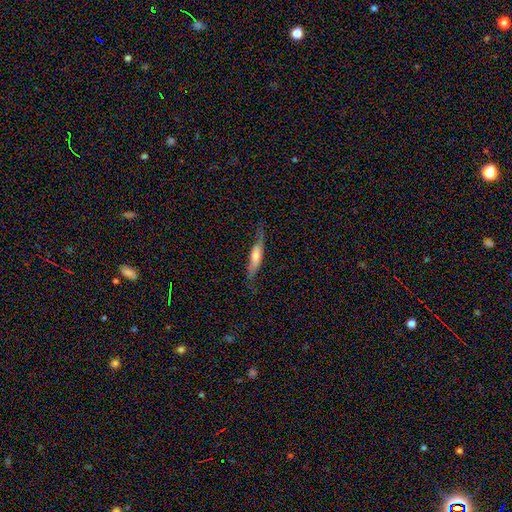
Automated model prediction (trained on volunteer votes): Smooth or featured: featured or disk — 54% (smooth — 39%)
Edge-on disk: yes — 81% (no — 19%)
Merging: none — 69% (minor disturbance — 22%)